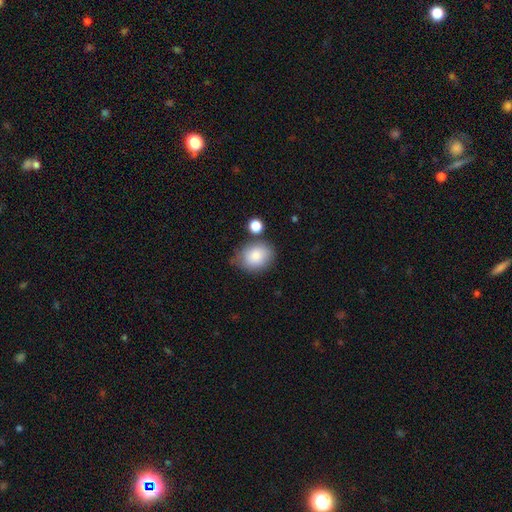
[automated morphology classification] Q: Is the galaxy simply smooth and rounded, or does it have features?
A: smooth — 85%.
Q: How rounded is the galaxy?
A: in between — 55%.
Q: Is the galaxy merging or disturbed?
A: none — 65%.